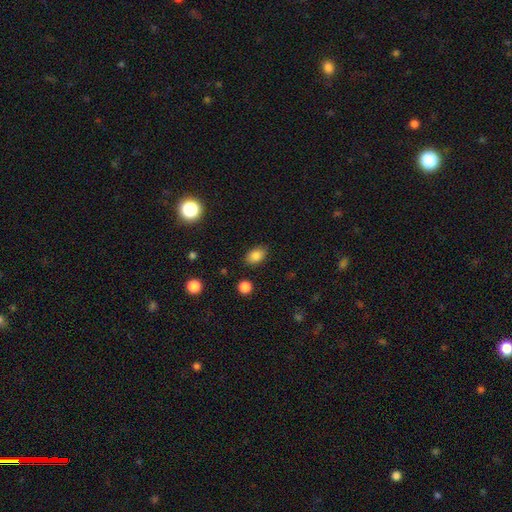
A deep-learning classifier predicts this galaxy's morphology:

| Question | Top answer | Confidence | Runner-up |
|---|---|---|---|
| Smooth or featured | smooth | 84% | star or artifact (10%) |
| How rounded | in between | 81% | round (17%) |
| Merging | none | 85% | minor disturbance (11%) |